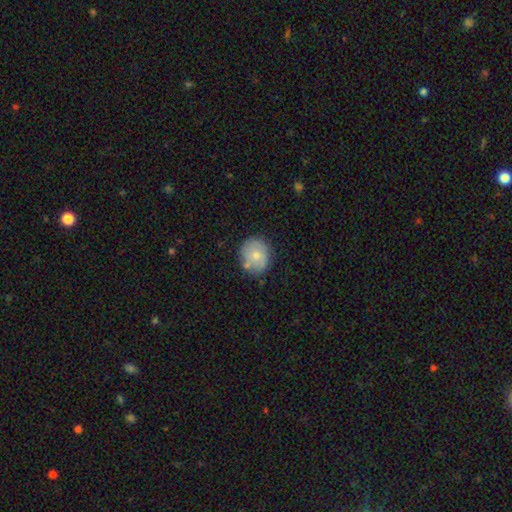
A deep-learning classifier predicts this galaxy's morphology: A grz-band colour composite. It shows a smooth galaxy with no disk features (70%) that is round (74%). Merging: none (71%).